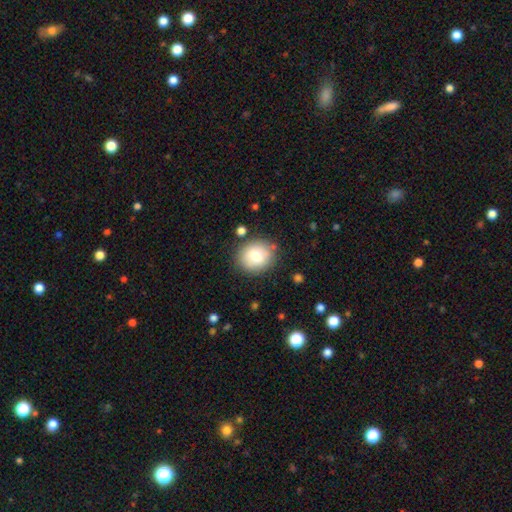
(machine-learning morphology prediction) The model was most divided on "how rounded": round: 75%, in between: 24%, cigar-shaped: 1%. More confident: merging — none (81%); smooth or featured — smooth (75%).